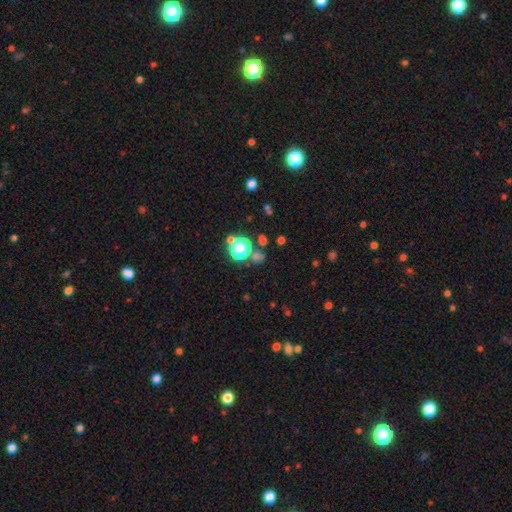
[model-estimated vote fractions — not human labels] Overall: star or artifact (52%; smooth 40%).